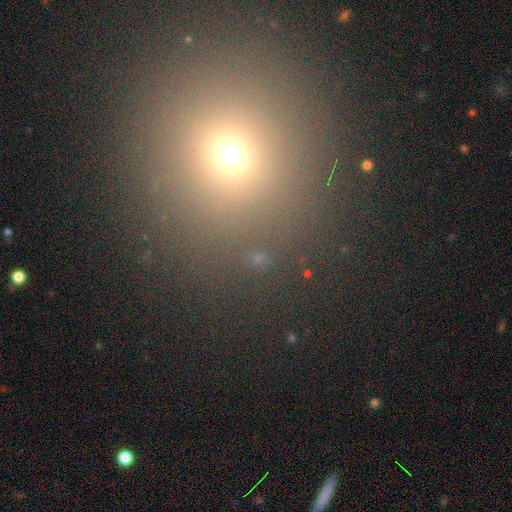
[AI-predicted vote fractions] This appears to be a smooth galaxy with no disk features (54%) that is round (90%). Merging: none (85%).